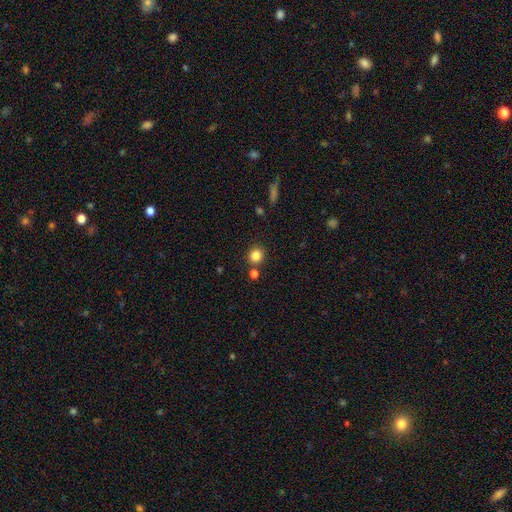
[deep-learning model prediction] This is clearly a smooth galaxy (83%). How rounded: clearly round (87%). Merging: clearly none (82%).